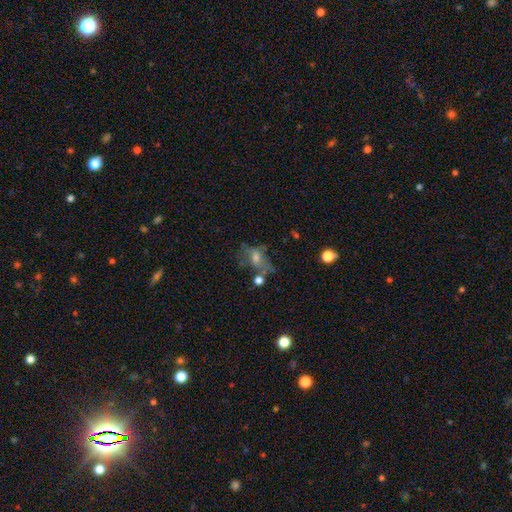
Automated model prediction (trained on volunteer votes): A featured or disk galaxy (47%).

Vote fractions:
- Smooth or featured? featured or disk: 47% / smooth: 31% / star or artifact: 22%
- Merging? none: 43% / major disturbance: 24% / minor disturbance: 19% / merger: 13%